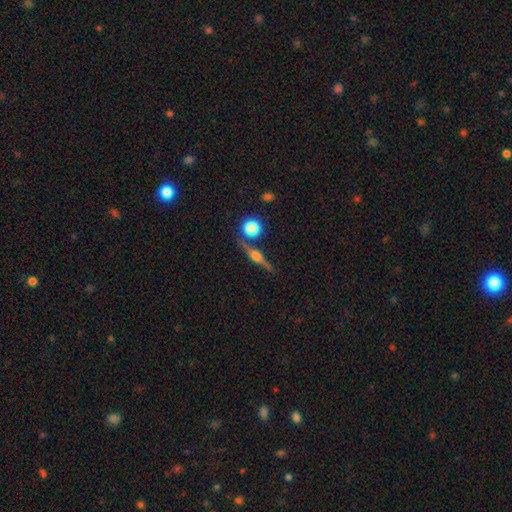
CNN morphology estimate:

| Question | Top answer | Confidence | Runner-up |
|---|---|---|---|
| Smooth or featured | featured or disk | 78% | smooth (13%) |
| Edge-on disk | yes | 96% | no (4%) |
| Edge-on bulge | rounded | 91% | boxy (6%) |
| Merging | none | 82% | minor disturbance (9%) |